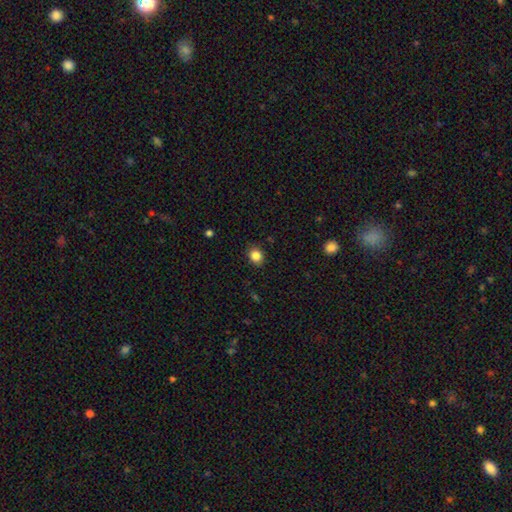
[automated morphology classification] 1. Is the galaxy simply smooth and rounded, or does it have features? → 85% smooth, 11% star or artifact, 4% featured or disk.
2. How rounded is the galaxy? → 68% round, 31% in between, 1% cigar-shaped.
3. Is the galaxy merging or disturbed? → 89% none, 8% minor disturbance, 2% major disturbance, 1% merger.